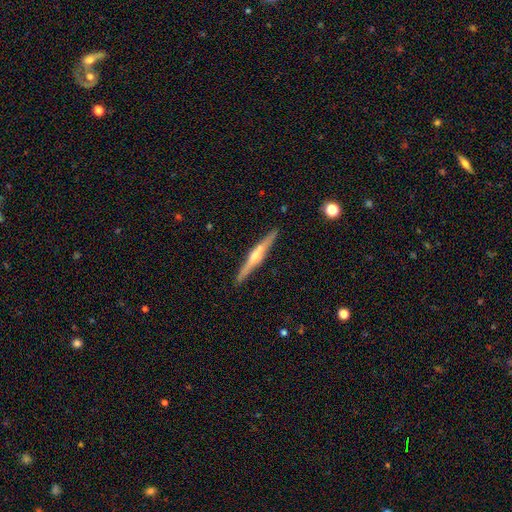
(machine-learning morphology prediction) This appears to be a featured or disk galaxy (75%) viewed edge-on (98%) with a rounded central bulge (89%). Merging: none (90%).